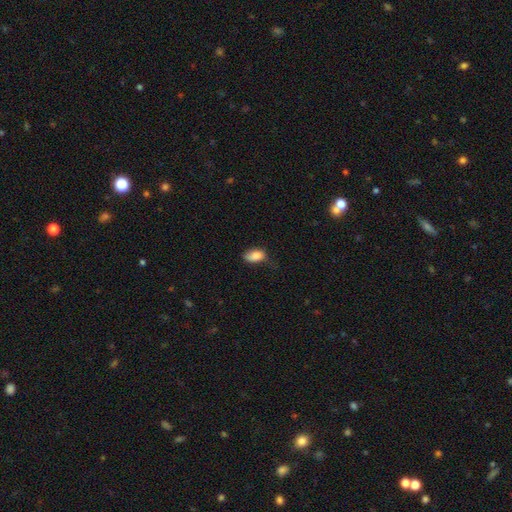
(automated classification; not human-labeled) smooth-or-featured: smooth: 82% | featured or disk: 10% | star or artifact: 8%
  how-rounded: in between: 89% | round: 9% | cigar-shaped: 2%
  merging: none: 41% (tied) | minor disturbance: 41% (tied) | major disturbance: 16% | merger: 2%